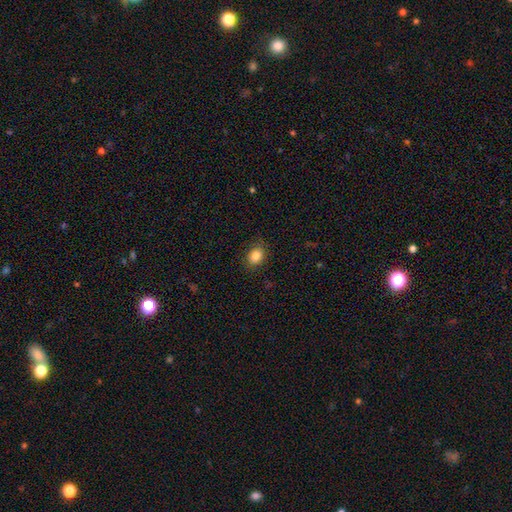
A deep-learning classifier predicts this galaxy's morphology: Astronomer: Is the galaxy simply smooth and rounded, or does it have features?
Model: smooth — 85%.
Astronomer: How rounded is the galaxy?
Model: in between — 59% (runner-up: round, 39%).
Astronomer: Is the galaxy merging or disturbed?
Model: none — 84%.